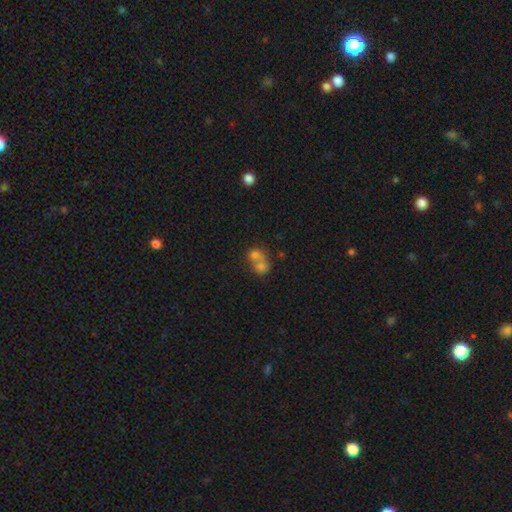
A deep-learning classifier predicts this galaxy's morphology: The model was most divided on "how rounded": round: 66%, in between: 33%, cigar-shaped: 1%. More confident: merging — merger (71%); smooth or featured — smooth (68%).